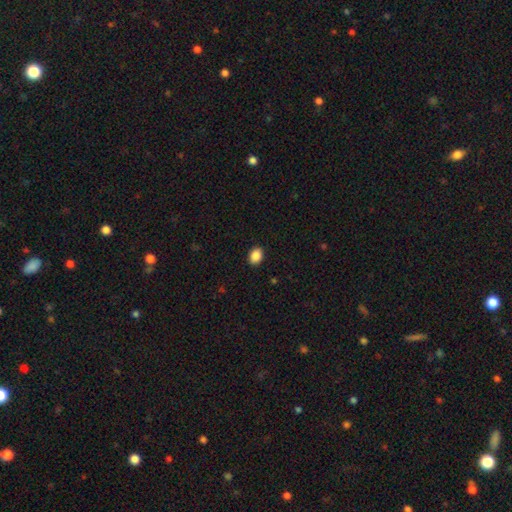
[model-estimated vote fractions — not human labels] A smooth galaxy with no disk features (88%) that is in between round and cigar-shaped (64%).

Vote fractions:
- Smooth or featured? smooth: 88% / star or artifact: 8% / featured or disk: 3%
- How rounded? in between: 64% / round: 35% / cigar-shaped: 1%
- Merging? none: 91% / minor disturbance: 7% / major disturbance: 2% / merger: 1%